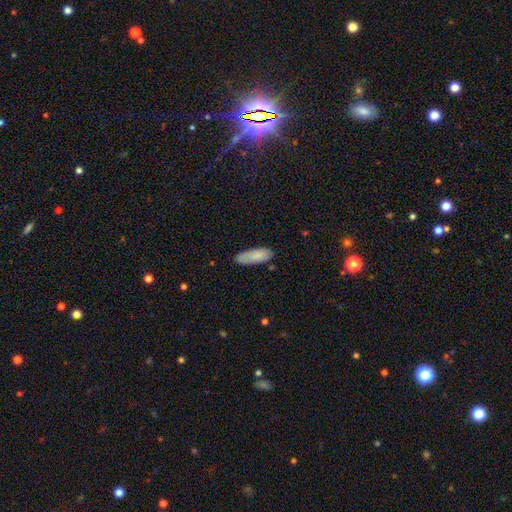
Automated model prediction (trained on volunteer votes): This appears to be a smooth galaxy with no disk features (84%) that is in between round and cigar-shaped (61%). Merging: none (75%).